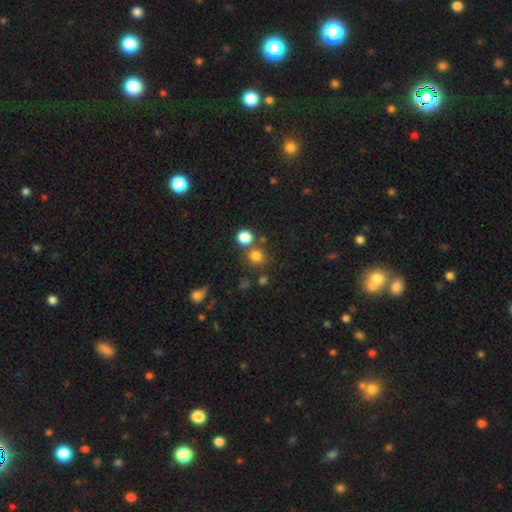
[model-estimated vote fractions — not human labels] This appears to be a smooth galaxy with no disk features (76%) that is round (90%). Merging: none (71%).